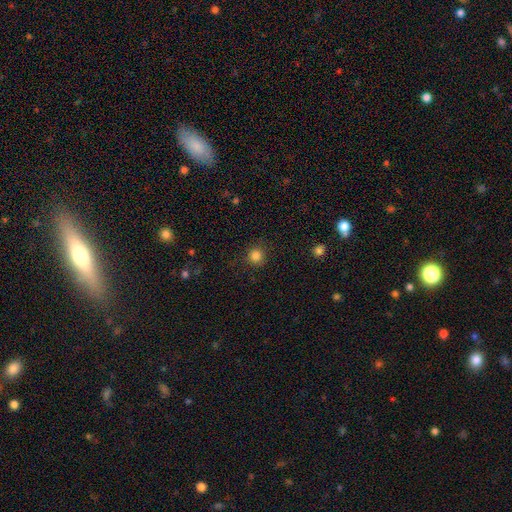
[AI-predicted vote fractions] A smooth galaxy with no disk features (84%) that is round (93%).

Vote fractions:
- Smooth or featured? smooth: 84% / star or artifact: 12% / featured or disk: 4%
- How rounded? round: 93% / in between: 6% / cigar-shaped: 1%
- Merging? none: 88% / minor disturbance: 8% / major disturbance: 3% / merger: 1%